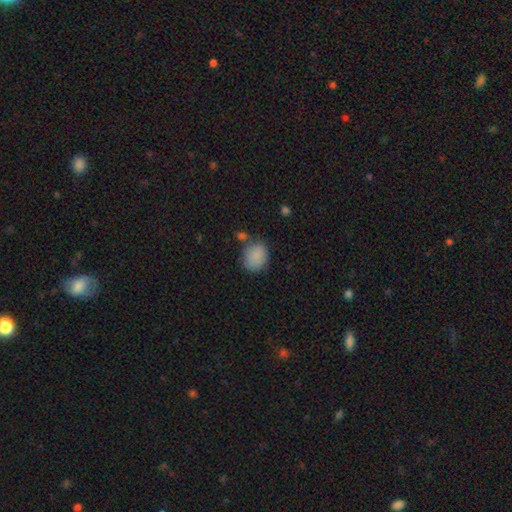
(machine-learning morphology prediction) A smooth galaxy with no disk features (86%) that is round (62%).

Vote fractions:
- Smooth or featured? smooth: 86% / star or artifact: 8% / featured or disk: 6%
- How rounded? round: 62% / in between: 37% / cigar-shaped: 1%
- Merging? none: 66% / minor disturbance: 19% / merger: 9% / major disturbance: 6%